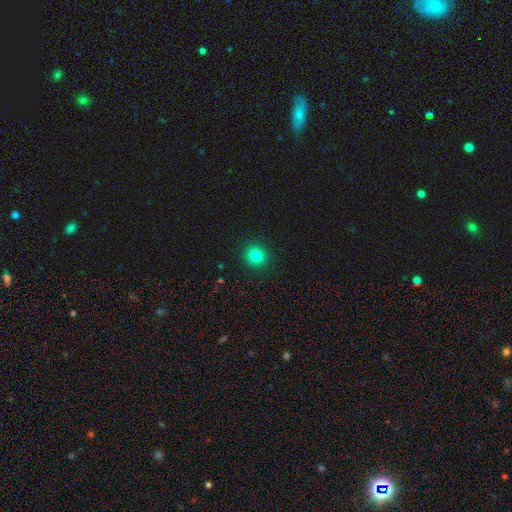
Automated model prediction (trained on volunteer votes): smooth-or-featured: smooth: 82% | star or artifact: 13% | featured or disk: 5%
  how-rounded: round: 92% | in between: 7% | cigar-shaped: 1%
  merging: none: 92% | minor disturbance: 5% | major disturbance: 2% | merger: 1%